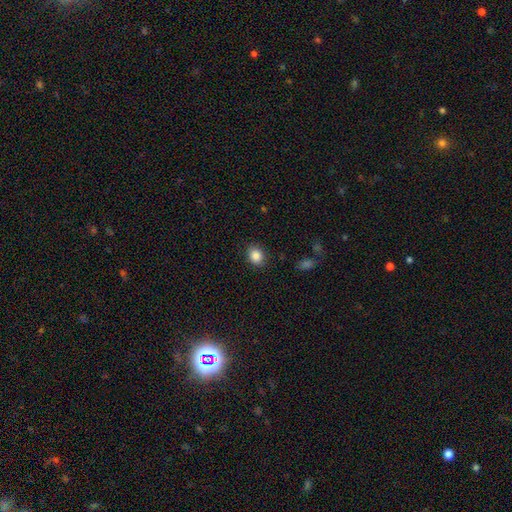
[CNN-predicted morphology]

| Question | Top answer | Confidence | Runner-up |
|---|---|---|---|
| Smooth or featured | smooth | 87% | star or artifact (9%) |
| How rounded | round | 53% | in between (46%) |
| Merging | none | 87% | minor disturbance (9%) |